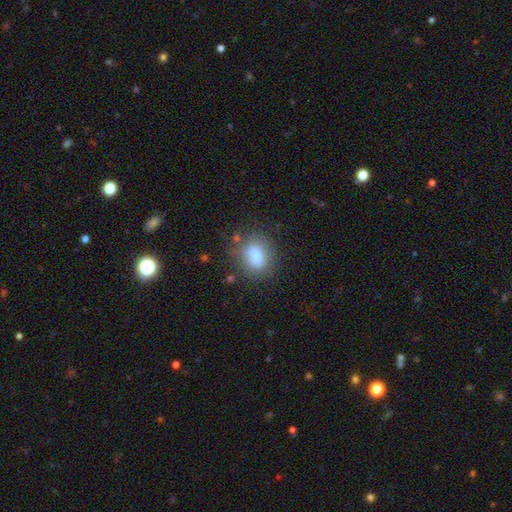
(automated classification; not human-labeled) A smooth galaxy with no disk features (75%) that is in between round and cigar-shaped (52%).

Vote fractions:
- Smooth or featured? smooth: 75% / featured or disk: 15% / star or artifact: 10%
- How rounded? in between: 52% / round: 46% / cigar-shaped: 2%
- Merging? none: 63% / minor disturbance: 19% / merger: 11% / major disturbance: 7%